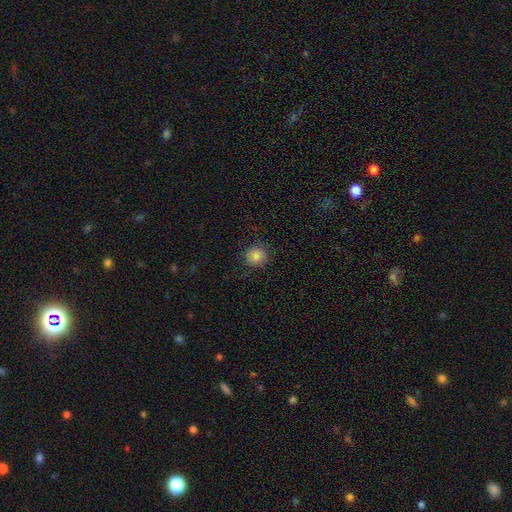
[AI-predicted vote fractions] Overall: smooth (83%). How rounded: round (89%). Merging: none (83%).